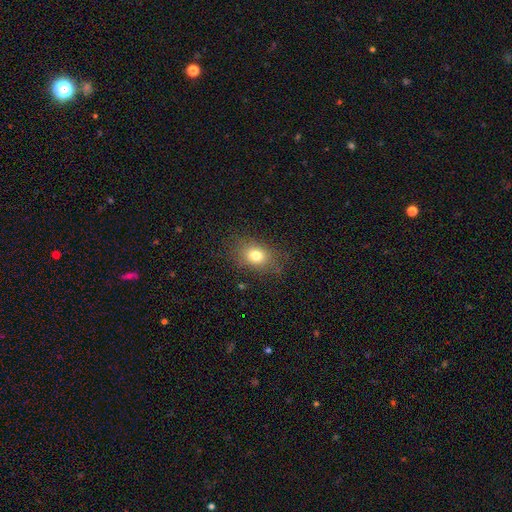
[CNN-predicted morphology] Overall: smooth (78%). How rounded: in between (62%; round 36%). Merging: none (80%).